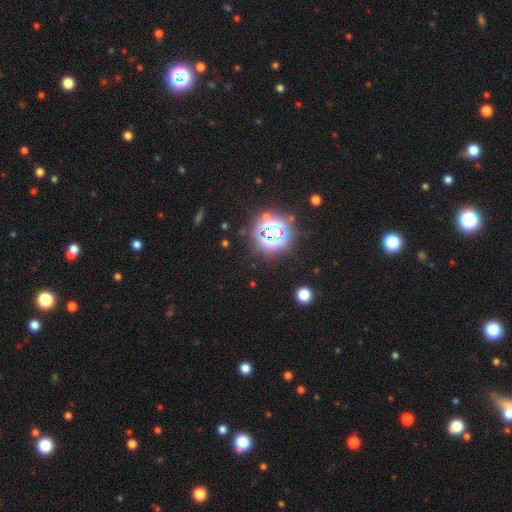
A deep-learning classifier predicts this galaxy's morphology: smooth_or_featured: star or artifact (p=0.79) [alt: smooth p=0.16]